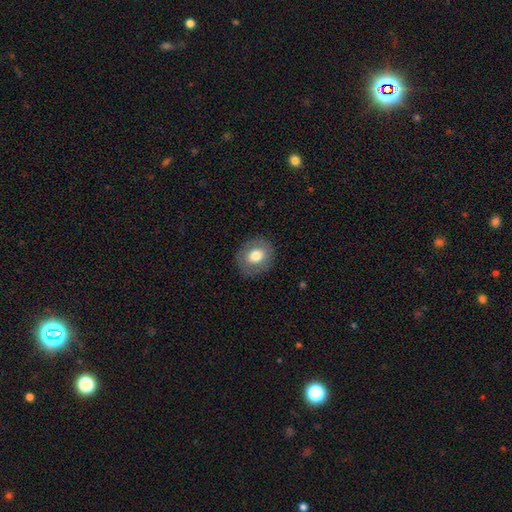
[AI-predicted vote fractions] A smooth galaxy with no disk features (74%) that is round (67%). Merging: none (86%).